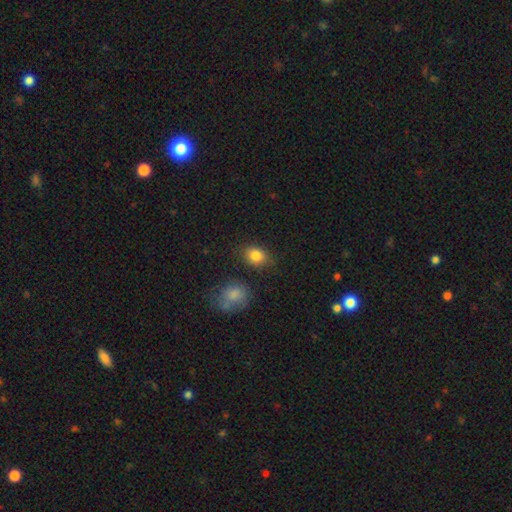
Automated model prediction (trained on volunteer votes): Smooth or featured? smooth (84%)
How rounded? in between (54%)
Merging? none (77%)